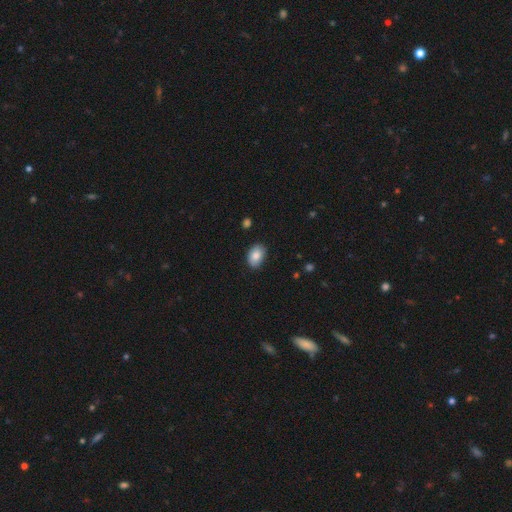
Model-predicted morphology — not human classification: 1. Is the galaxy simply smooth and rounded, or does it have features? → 85% smooth, 8% featured or disk, 7% star or artifact.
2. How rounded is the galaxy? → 84% in between, 15% round, 1% cigar-shaped.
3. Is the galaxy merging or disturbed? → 84% none, 13% minor disturbance, 2% major disturbance, 1% merger.